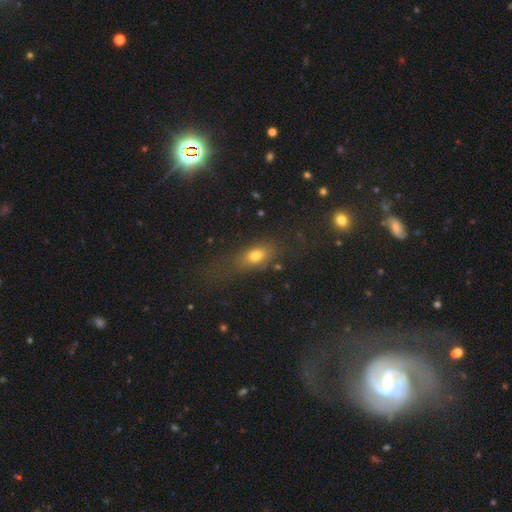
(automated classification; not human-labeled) smooth_or_featured: smooth (p=0.68) [alt: star or artifact p=0.16]
how_rounded: in between (p=0.66) [alt: cigar-shaped p=0.18]
merging: none (p=0.58) [alt: minor disturbance p=0.20]